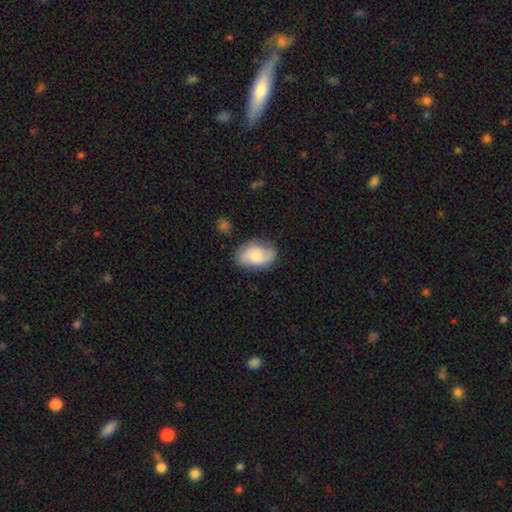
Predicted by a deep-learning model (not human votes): A smooth galaxy with no disk features (51%) that is in between round and cigar-shaped (85%). Merging: none (70%).